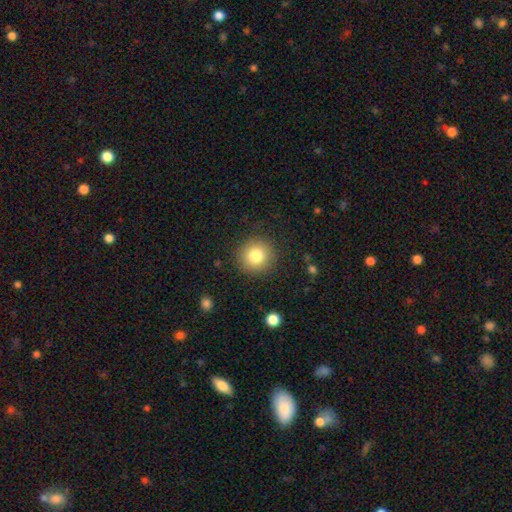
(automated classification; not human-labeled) Q: Smooth or featured?
A: smooth (81%); runner-up: star or artifact (10%)
Q: How rounded?
A: round (94%); runner-up: in between (5%)
Q: Merging?
A: none (90%); runner-up: minor disturbance (7%)